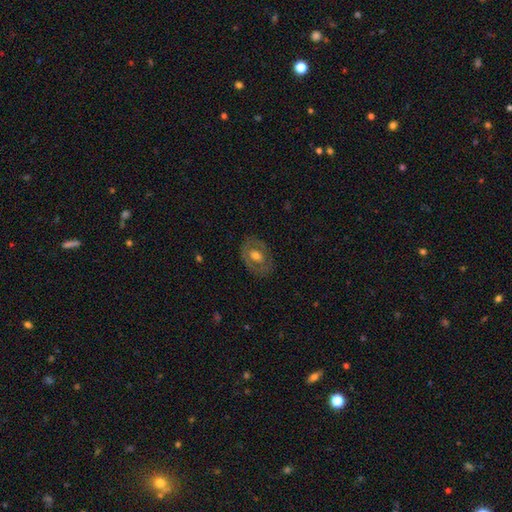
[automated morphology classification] Overall: smooth (47%, tied with featured or disk). Merging: none (78%).